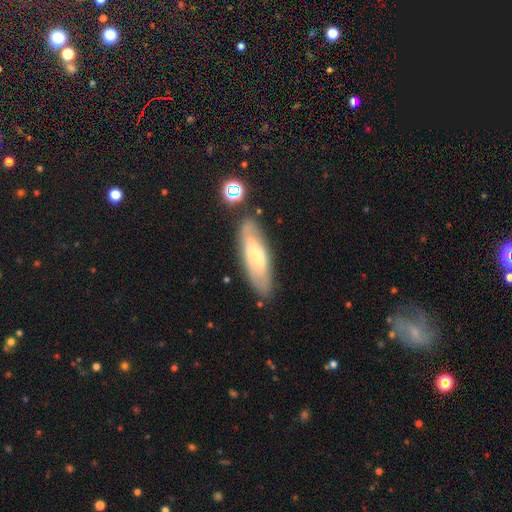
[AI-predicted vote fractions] Overall: smooth (52%; featured or disk 41%). How rounded: in between (49%, tied with cigar-shaped). Merging: none (78%).